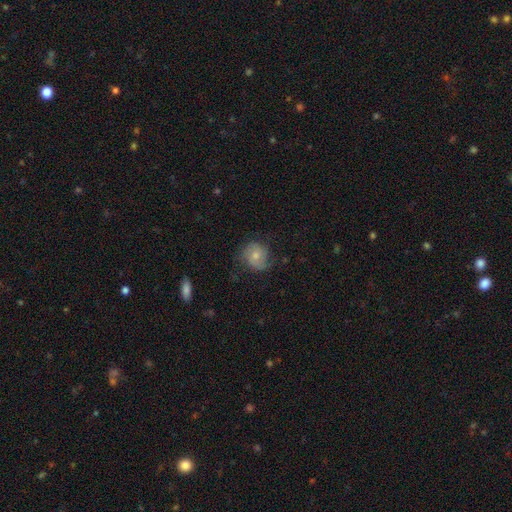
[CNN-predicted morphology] This appears to be a smooth galaxy with no disk features (56%) that is round (79%). Merging: none (65%).